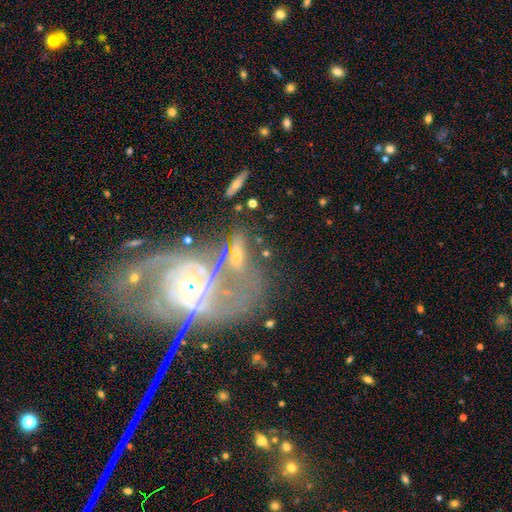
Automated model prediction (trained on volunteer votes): A featured or disk galaxy (82%) with no bar (58%), 2 (53%) tight (47%) spiral arms (90%) and a moderate central bulge (48%).

Vote fractions:
- Smooth or featured? featured or disk: 82% / star or artifact: 10% / smooth: 8%
- Edge-on disk? no: 94% / yes: 6%
- Bar? no: 58% / weak: 28% / strong: 14%
- Spiral arms? yes: 90% / no: 10%
- Spiral winding? tight: 47% / medium: 39% / loose: 14%
- Spiral arm count? 2: 53% / can't tell: 20% / 3: 11% / 1: 6% / 4: 5% / more than 4: 5%
- Bulge size? moderate: 48% / small: 41% / large: 7% / none: 2% / dominant: 2%
- Merging? none: 44% / merger: 21% / major disturbance: 18% / minor disturbance: 17%